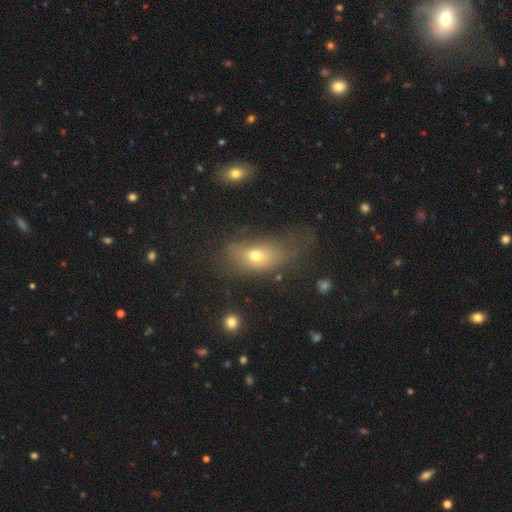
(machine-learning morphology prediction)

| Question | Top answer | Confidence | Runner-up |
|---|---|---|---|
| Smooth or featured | smooth | 64% | featured or disk (20%) |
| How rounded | in between | 76% | round (15%) |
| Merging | none | 35% | major disturbance (33%) |